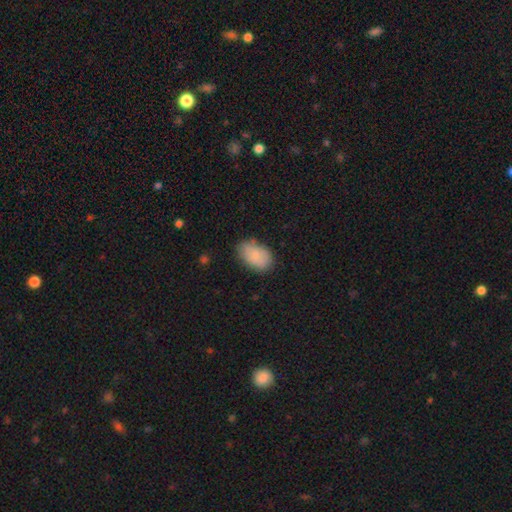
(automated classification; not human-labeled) A smooth galaxy with no disk features (83%) that is in between round and cigar-shaped (90%).

Vote fractions:
- Smooth or featured? smooth: 83% / featured or disk: 10% / star or artifact: 7%
- How rounded? in between: 90% / round: 9% / cigar-shaped: 1%
- Merging? none: 68% / minor disturbance: 24% / major disturbance: 5% / merger: 3%